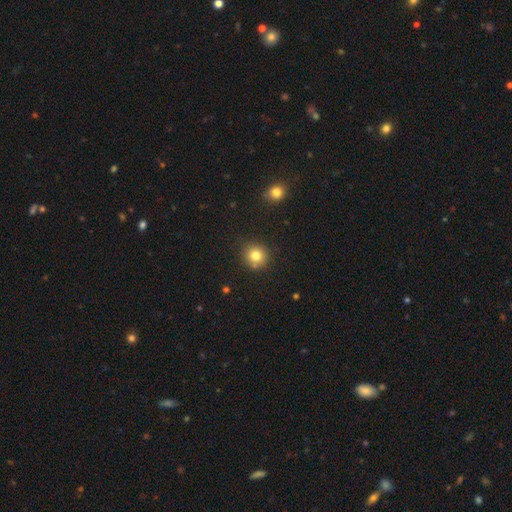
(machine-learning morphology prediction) smooth-or-featured: smooth: 81% | star or artifact: 12% | featured or disk: 7%
  how-rounded: round: 90% | in between: 9% | cigar-shaped: 1%
  merging: none: 84% | minor disturbance: 10% | merger: 4% | major disturbance: 3%